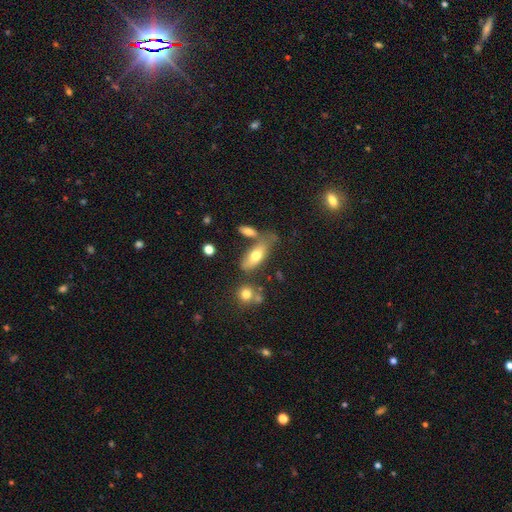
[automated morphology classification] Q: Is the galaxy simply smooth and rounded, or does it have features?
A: smooth — 67%.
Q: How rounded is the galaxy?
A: in between — 74%.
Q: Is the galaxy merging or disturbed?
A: none — 51%.